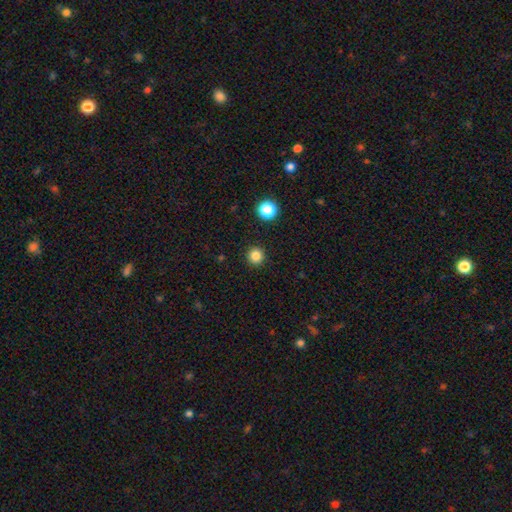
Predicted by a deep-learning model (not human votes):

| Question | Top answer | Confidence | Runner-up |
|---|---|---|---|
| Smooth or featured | smooth | 83% | star or artifact (13%) |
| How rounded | round | 95% | in between (4%) |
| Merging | none | 92% | minor disturbance (5%) |